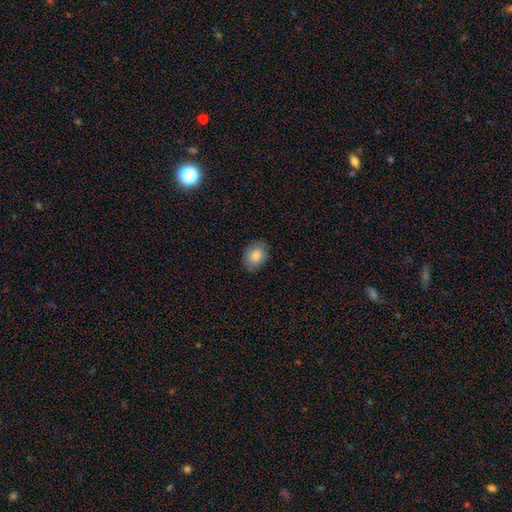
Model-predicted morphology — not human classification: smooth_or_featured: smooth (p=0.84) [alt: featured or disk p=0.08]
how_rounded: in between (p=0.65) [alt: round p=0.34]
merging: none (p=0.86) [alt: minor disturbance p=0.11]